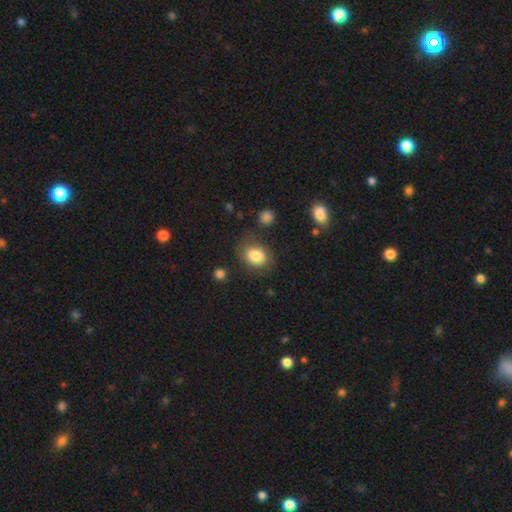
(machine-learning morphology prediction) smooth-or-featured: smooth: 82% | featured or disk: 10% | star or artifact: 8%
  how-rounded: in between: 60% | round: 39% | cigar-shaped: 1%
  merging: none: 73% | minor disturbance: 17% | major disturbance: 7% | merger: 3%